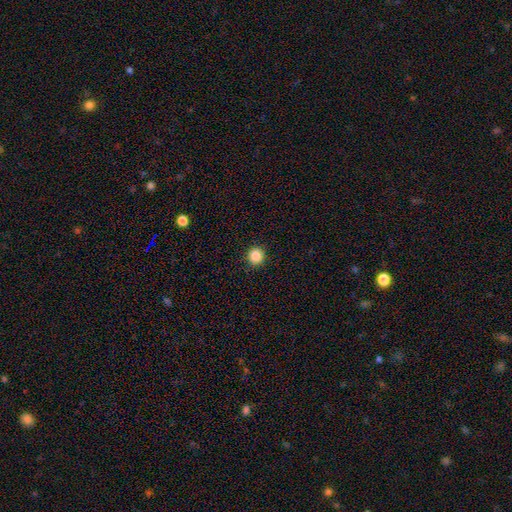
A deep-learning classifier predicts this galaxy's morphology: Q: Smooth or featured?
A: smooth (86%); runner-up: star or artifact (10%)
Q: How rounded?
A: round (94%); runner-up: in between (5%)
Q: Merging?
A: none (93%); runner-up: minor disturbance (4%)